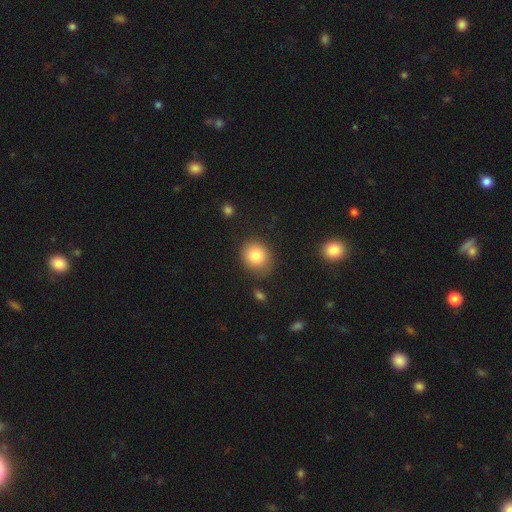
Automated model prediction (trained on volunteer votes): A smooth galaxy with no disk features (83%) that is round (68%). Merging: none (80%).